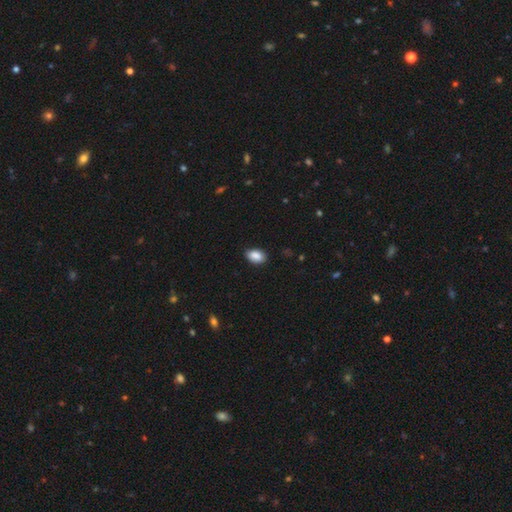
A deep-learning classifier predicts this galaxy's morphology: Smooth or featured? Predicted: smooth (p=0.89). How rounded? Predicted: in between (p=0.88). Merging? Predicted: none (p=0.84).